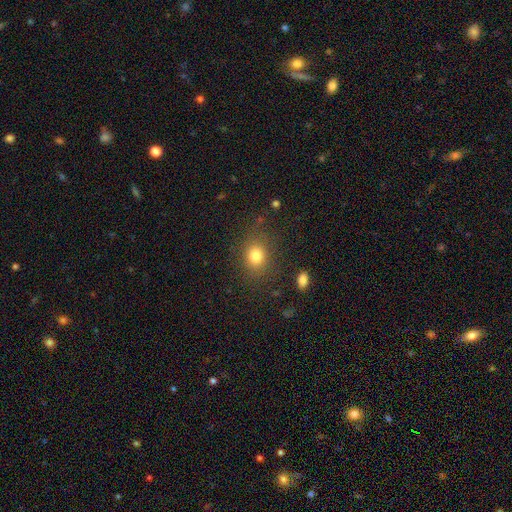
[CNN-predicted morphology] smooth_or_featured: smooth (p=0.81) [alt: star or artifact p=0.12]
how_rounded: round (p=0.57) [alt: in between p=0.42]
merging: none (p=0.81) [alt: minor disturbance p=0.12]